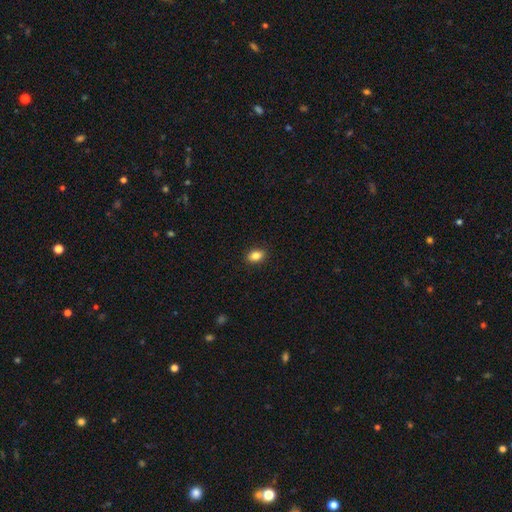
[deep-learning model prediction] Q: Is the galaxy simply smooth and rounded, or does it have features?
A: smooth — 86%.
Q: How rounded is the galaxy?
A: in between — 80%.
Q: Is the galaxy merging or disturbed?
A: none — 90%.